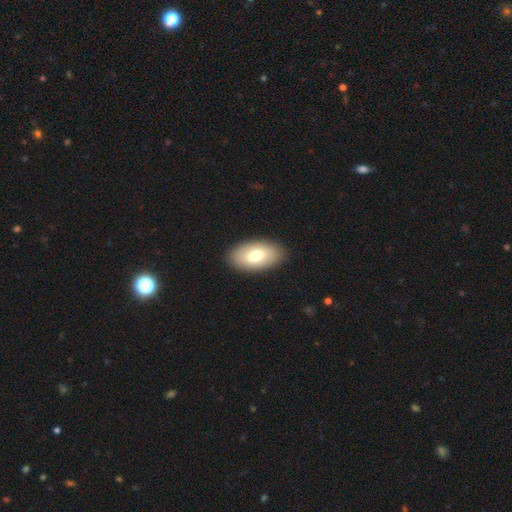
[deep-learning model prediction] smooth_or_featured: smooth (p=0.73) [alt: featured or disk p=0.21]
how_rounded: in between (p=0.94) [alt: round p=0.04]
merging: none (p=0.89) [alt: minor disturbance p=0.08]